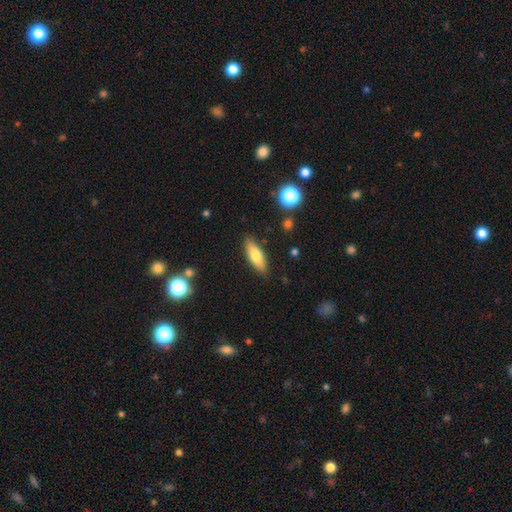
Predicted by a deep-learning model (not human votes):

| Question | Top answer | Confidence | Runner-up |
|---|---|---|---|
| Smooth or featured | smooth | 72% | featured or disk (21%) |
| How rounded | in between | 61% | cigar-shaped (36%) |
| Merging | none | 86% | minor disturbance (10%) |